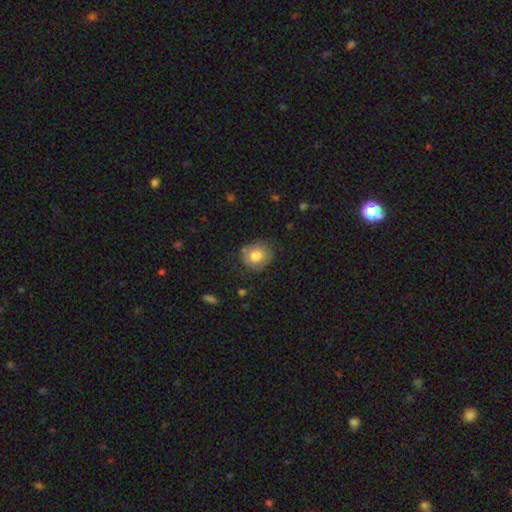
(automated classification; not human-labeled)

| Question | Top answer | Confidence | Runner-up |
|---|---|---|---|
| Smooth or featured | smooth | 76% | featured or disk (16%) |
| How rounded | round | 78% | in between (21%) |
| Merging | none | 75% | minor disturbance (19%) |